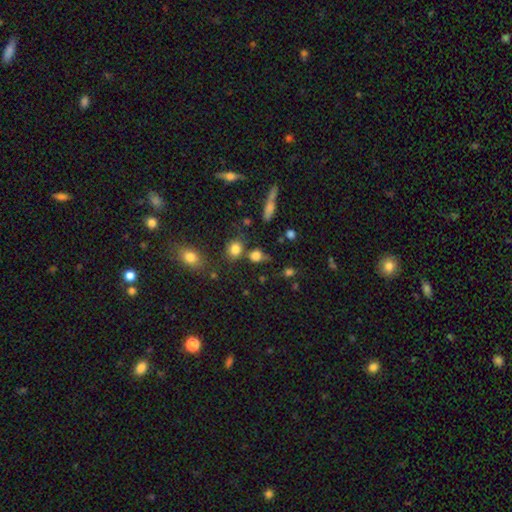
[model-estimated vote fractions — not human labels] Smooth or featured: smooth — 78% (star or artifact — 15%)
How rounded: round — 70% (in between — 26%)
Merging: none — 62% (merger — 18%)